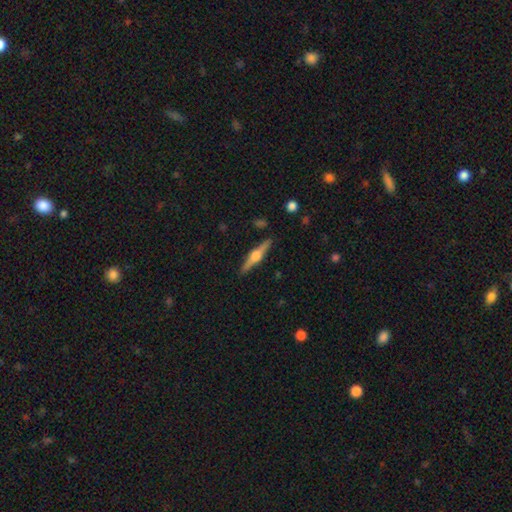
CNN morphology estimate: featured or disk 75%, smooth 19%, star or artifact 6%. Down the decision tree: edge-on disk — yes (98%); edge-on bulge — rounded (93%); merging — none (90%).